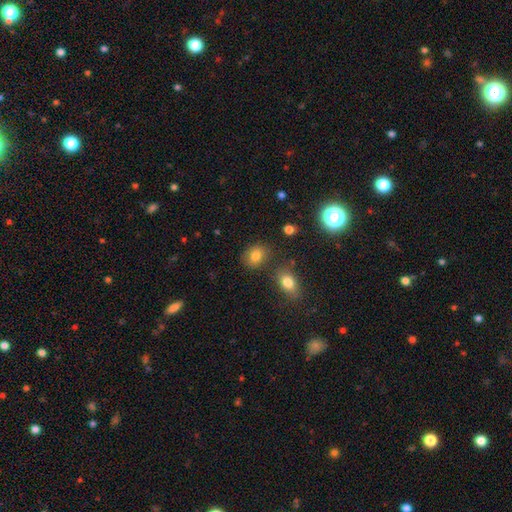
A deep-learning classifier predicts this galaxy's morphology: A smooth galaxy with no disk features (80%) that is in between round and cigar-shaped (58%).

Vote fractions:
- Smooth or featured? smooth: 80% / star or artifact: 12% / featured or disk: 8%
- How rounded? in between: 58% / round: 41% / cigar-shaped: 1%
- Merging? none: 76% / minor disturbance: 13% / merger: 7% / major disturbance: 4%